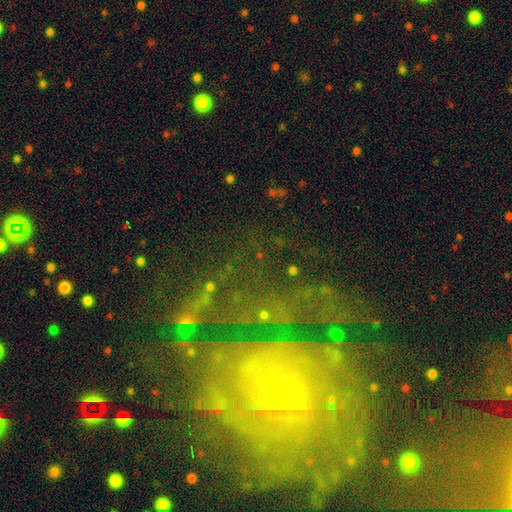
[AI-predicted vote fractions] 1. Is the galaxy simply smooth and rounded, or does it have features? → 77% featured or disk, 13% star or artifact, 10% smooth.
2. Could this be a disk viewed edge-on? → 96% no, 4% yes.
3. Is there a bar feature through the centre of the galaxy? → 67% no, 22% weak, 11% strong.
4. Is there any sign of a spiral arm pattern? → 91% yes, 9% no.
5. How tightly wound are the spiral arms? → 69% tight, 23% medium, 8% loose.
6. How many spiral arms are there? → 34% can't tell, 20% 2, 14% 3, 12% 4, 11% more than 4, 9% 1.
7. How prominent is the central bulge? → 85% small, 9% moderate, 3% none, 2% large, 1% dominant.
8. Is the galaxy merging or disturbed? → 64% none, 16% minor disturbance, 16% major disturbance, 4% merger.